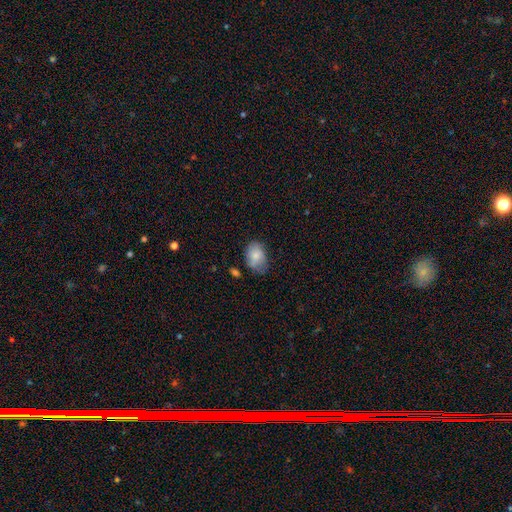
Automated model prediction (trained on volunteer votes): This appears to be a smooth galaxy with no disk features (79%) that is in between round and cigar-shaped (85%). Merging: none (60%).